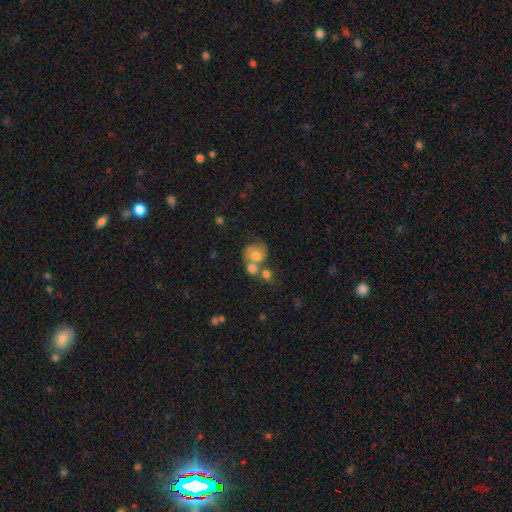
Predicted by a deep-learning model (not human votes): The model was most divided on "merging": merger: 47%, none: 31%, minor disturbance: 13%, major disturbance: 8%. More confident: how rounded — round (68%); smooth or featured — smooth (59%).